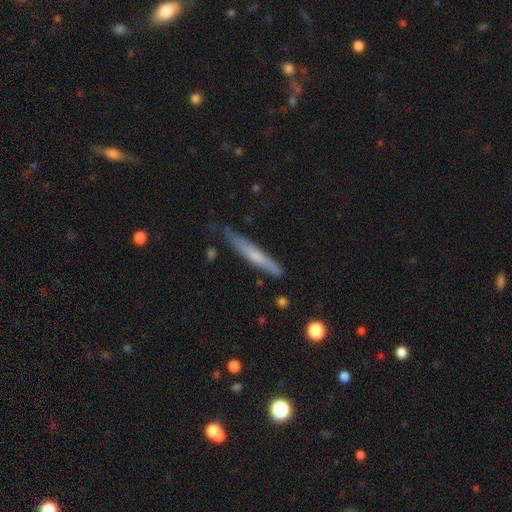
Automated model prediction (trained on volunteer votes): Q: Smooth or featured?
A: smooth (53%); runner-up: featured or disk (41%)
Q: How rounded?
A: cigar-shaped (95%); runner-up: in between (4%)
Q: Merging?
A: none (73%); runner-up: minor disturbance (22%)